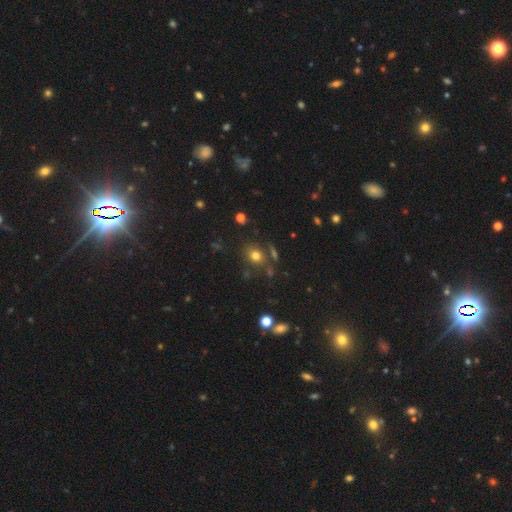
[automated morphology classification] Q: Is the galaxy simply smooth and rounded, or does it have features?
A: smooth — 75%.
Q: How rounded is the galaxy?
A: round — 64%.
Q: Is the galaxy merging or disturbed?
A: none — 73%.